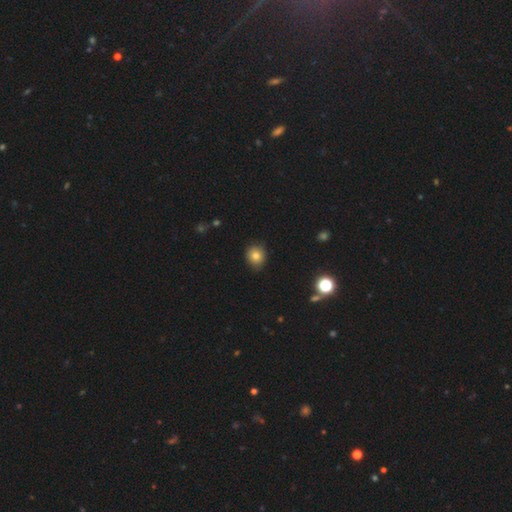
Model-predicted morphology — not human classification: Smooth or featured? smooth (79%)
How rounded? round (80%)
Merging? none (84%)